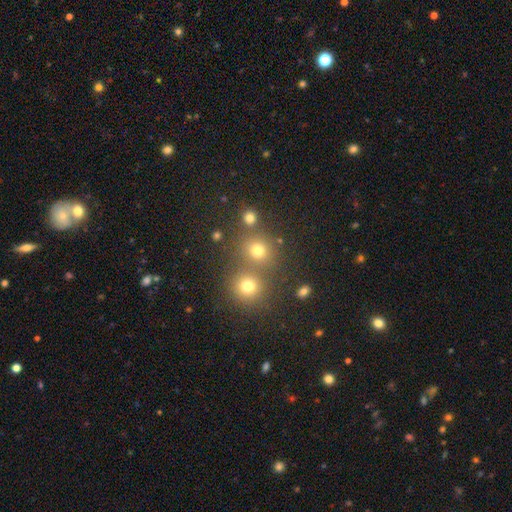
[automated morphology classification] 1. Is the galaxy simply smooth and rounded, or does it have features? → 57% smooth, 34% star or artifact, 9% featured or disk.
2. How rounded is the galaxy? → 89% round, 9% in between, 1% cigar-shaped.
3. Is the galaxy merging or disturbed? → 60% none, 30% merger, 6% minor disturbance, 3% major disturbance.